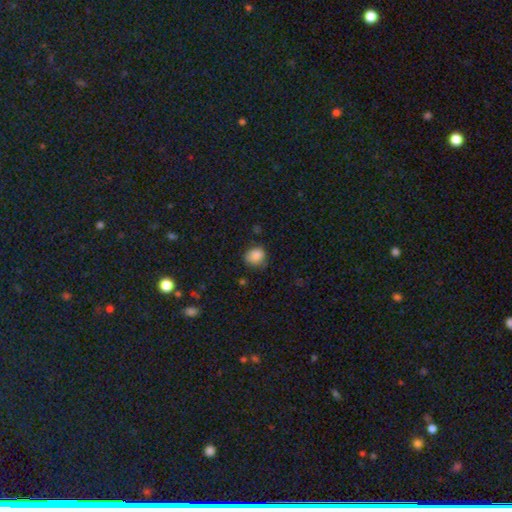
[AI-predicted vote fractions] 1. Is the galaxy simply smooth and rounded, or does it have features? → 86% smooth, 9% star or artifact, 5% featured or disk.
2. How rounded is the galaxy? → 66% round, 33% in between, 1% cigar-shaped.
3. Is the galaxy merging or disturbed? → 66% none, 26% minor disturbance, 6% major disturbance, 2% merger.